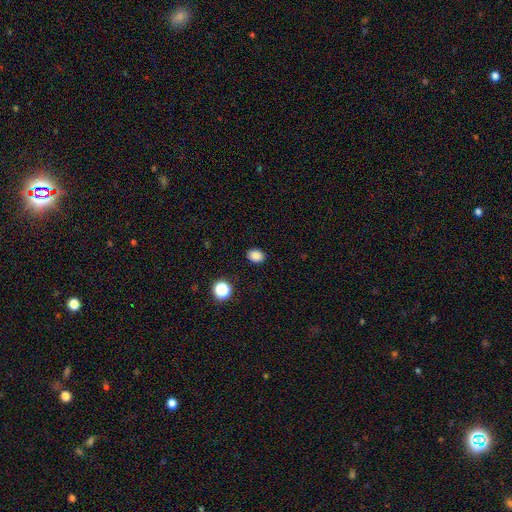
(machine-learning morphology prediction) This appears to be a smooth galaxy with no disk features (85%) that is in between round and cigar-shaped (57%). Merging: none (89%).